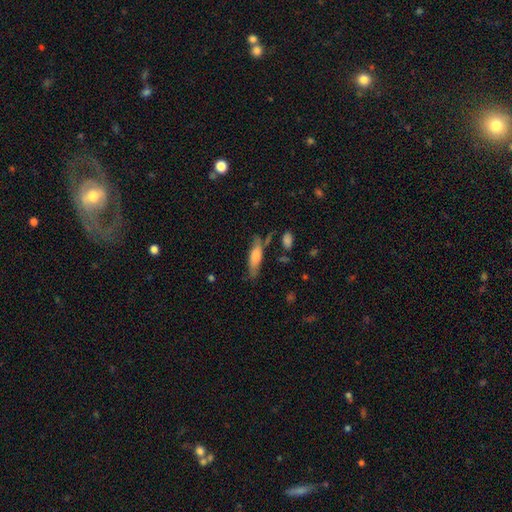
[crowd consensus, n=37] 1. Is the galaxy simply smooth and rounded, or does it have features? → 73% smooth, 22% featured or disk, 5% star or artifact.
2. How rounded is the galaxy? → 52% cigar-shaped, 48% in between, 0% round.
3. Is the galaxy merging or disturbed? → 40% none, 29% minor disturbance, 20% merger, 11% major disturbance.